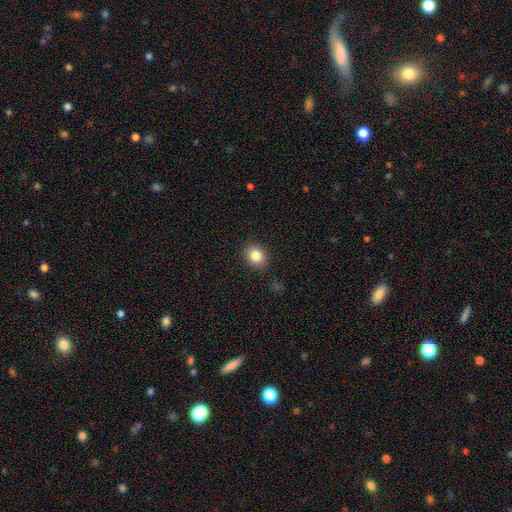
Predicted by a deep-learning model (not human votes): A smooth galaxy with no disk features (84%) that is round (57%).

Vote fractions:
- Smooth or featured? smooth: 84% / star or artifact: 10% / featured or disk: 7%
- How rounded? round: 57% / in between: 42% / cigar-shaped: 1%
- Merging? none: 88% / minor disturbance: 8% / major disturbance: 2% / merger: 1%